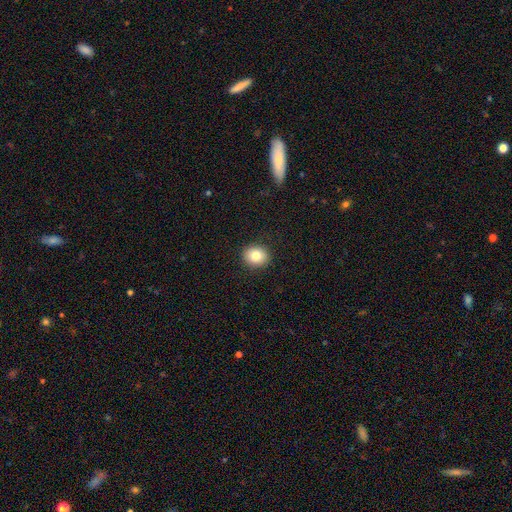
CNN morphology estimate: This appears to be a smooth galaxy with no disk features (82%) that is round (73%). Merging: none (91%).